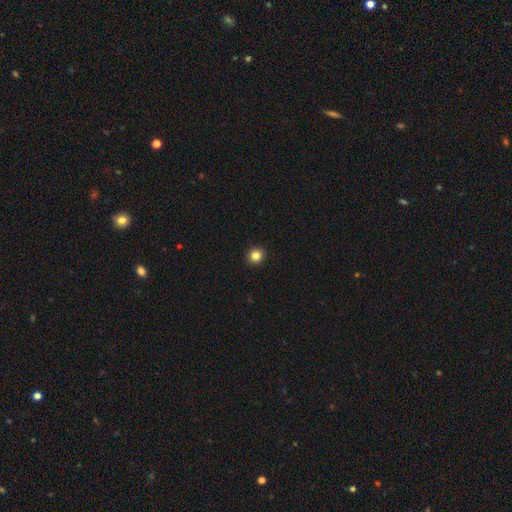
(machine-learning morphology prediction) This appears to be a smooth galaxy with no disk features (84%) that is round (86%). Merging: none (93%).